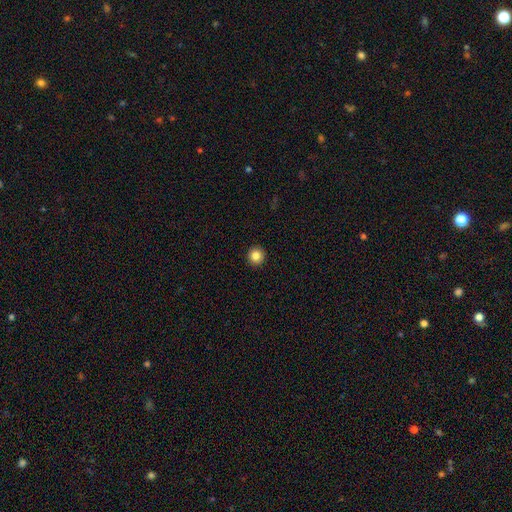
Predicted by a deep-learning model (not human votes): Smooth or featured?
  - smooth: 85% *
  - star or artifact: 11%
  - featured or disk: 5%
How rounded?
  - round: 95% *
  - in between: 4%
  - cigar-shaped: 1%
Merging?
  - none: 94% *
  - minor disturbance: 4%
  - major disturbance: 1%
  - merger: 1%